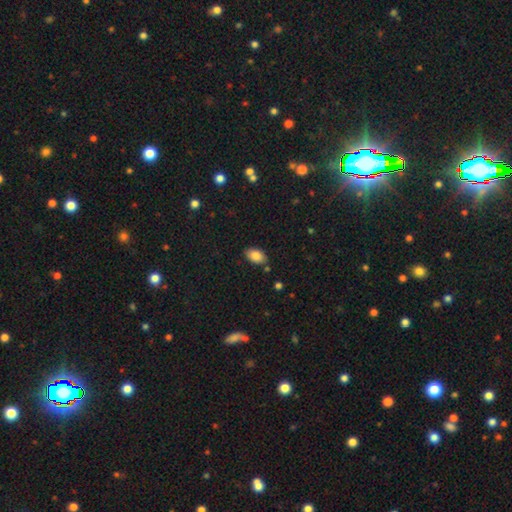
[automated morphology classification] Q: Smooth or featured?
A: smooth (85%); runner-up: star or artifact (8%)
Q: How rounded?
A: in between (92%); runner-up: round (7%)
Q: Merging?
A: none (83%); runner-up: minor disturbance (12%)